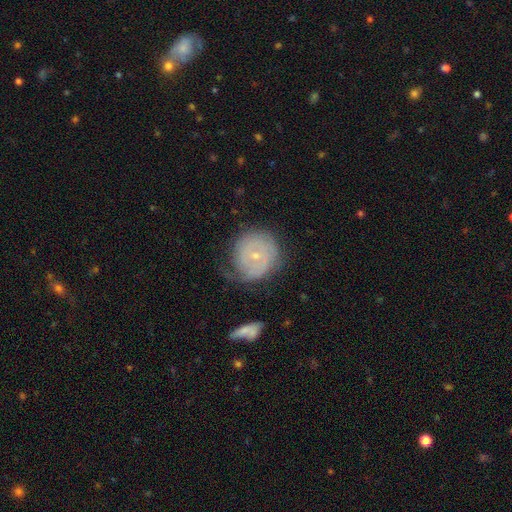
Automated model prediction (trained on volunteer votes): A featured or disk galaxy (64%) with no bar (67%), tight (72%) spiral arms (82%) and a small central bulge (74%). Merging: none (59%).